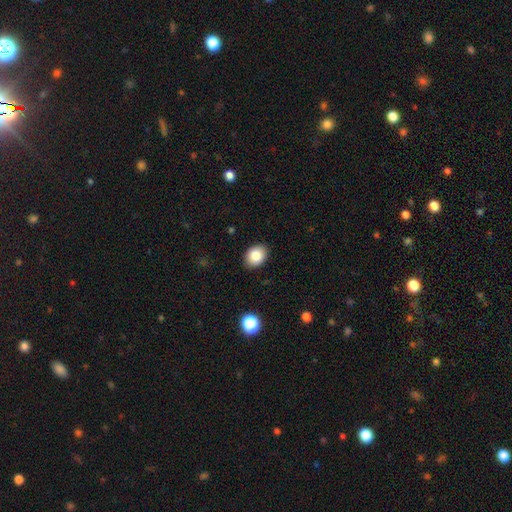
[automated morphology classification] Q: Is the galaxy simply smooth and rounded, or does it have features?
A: smooth — 85%.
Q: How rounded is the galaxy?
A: in between — 60%.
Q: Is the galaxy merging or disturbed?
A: none — 89%.